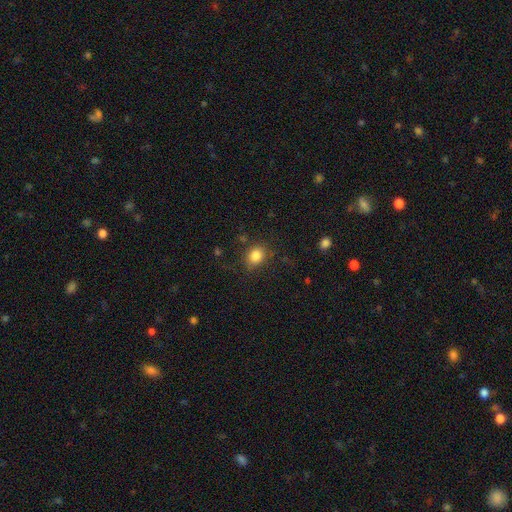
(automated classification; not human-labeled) smooth-or-featured: smooth: 84% | star or artifact: 11% | featured or disk: 5%
  how-rounded: round: 57% | in between: 42% | cigar-shaped: 1%
  merging: none: 79% | minor disturbance: 14% | major disturbance: 5% | merger: 2%